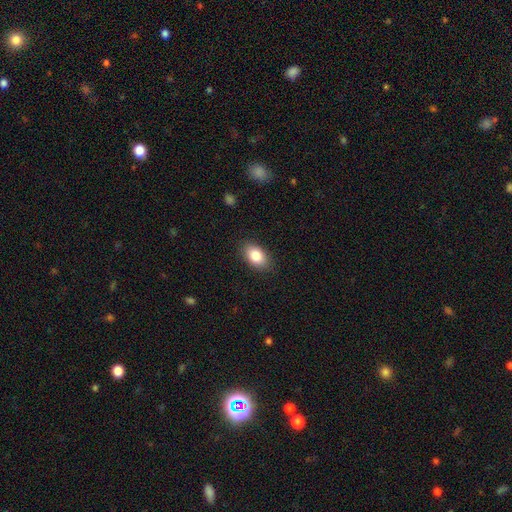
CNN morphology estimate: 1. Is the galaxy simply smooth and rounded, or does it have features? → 85% smooth, 8% featured or disk, 7% star or artifact.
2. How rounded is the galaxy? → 90% in between, 9% round, 2% cigar-shaped.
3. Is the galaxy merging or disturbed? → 87% none, 10% minor disturbance, 2% major disturbance, 1% merger.